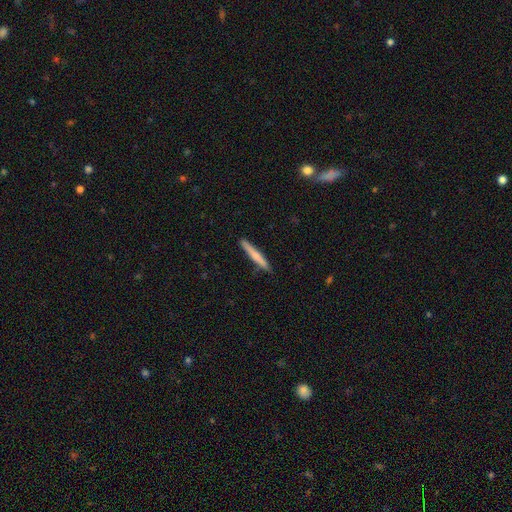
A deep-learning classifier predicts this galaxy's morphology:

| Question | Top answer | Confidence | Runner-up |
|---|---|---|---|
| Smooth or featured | smooth | 61% | featured or disk (34%) |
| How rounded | cigar-shaped | 95% | in between (3%) |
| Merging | none | 89% | minor disturbance (8%) |